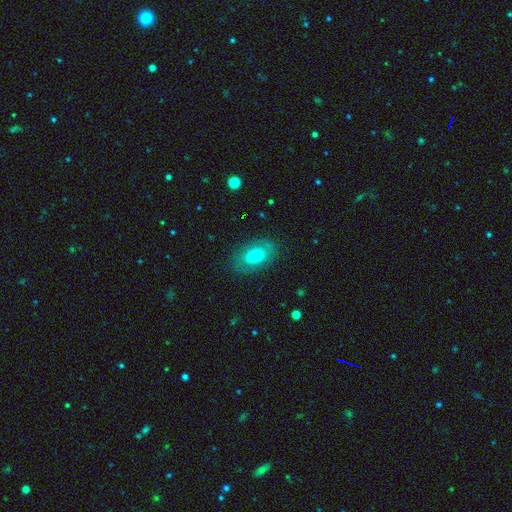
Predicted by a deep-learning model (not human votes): Overall: smooth (67%). How rounded: in between (88%). Merging: none (81%).